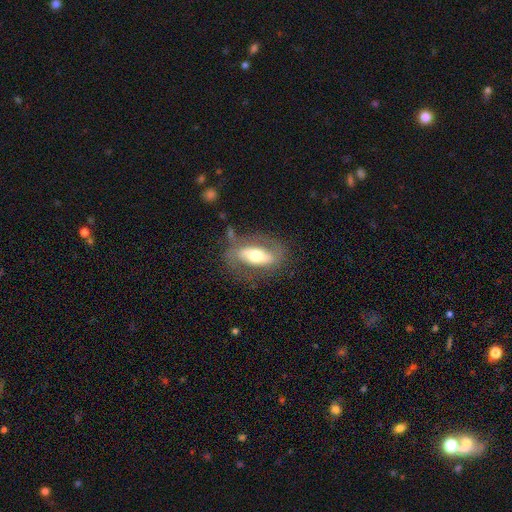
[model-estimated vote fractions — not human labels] This is possibly a featured or disk galaxy (56%). It is clearly not viewed edge-on (82%). Merging: likely none (63%).